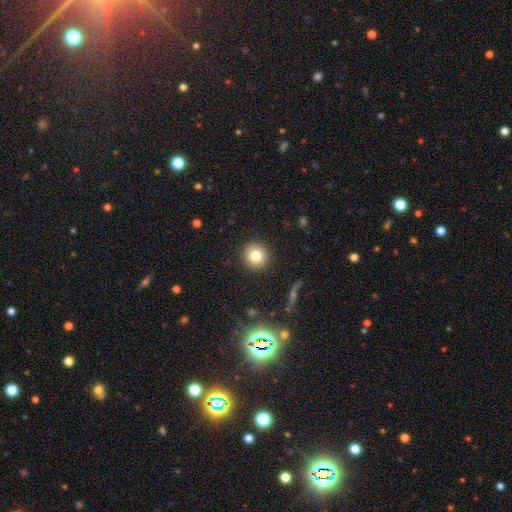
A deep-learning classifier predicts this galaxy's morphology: type=smooth (78%); roundness=round (92%); merging=none (91%).